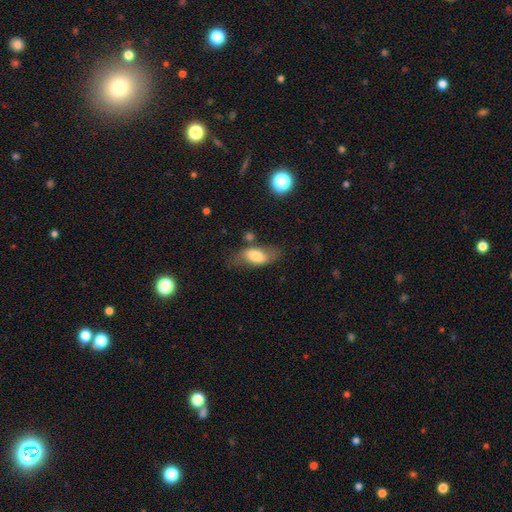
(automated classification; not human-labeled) A smooth galaxy with no disk features (69%) that is in between round and cigar-shaped (84%).

Vote fractions:
- Smooth or featured? smooth: 69% / featured or disk: 23% / star or artifact: 8%
- How rounded? in between: 84% / cigar-shaped: 11% / round: 5%
- Merging? none: 57% / minor disturbance: 25% / major disturbance: 13% / merger: 6%